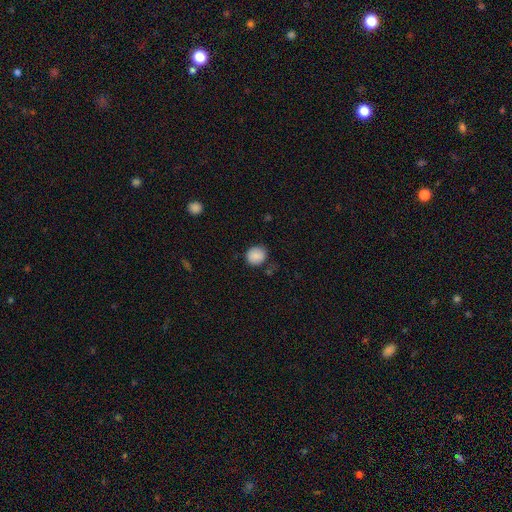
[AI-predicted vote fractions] Overall: smooth (87%). How rounded: round (81%). Merging: none (81%).